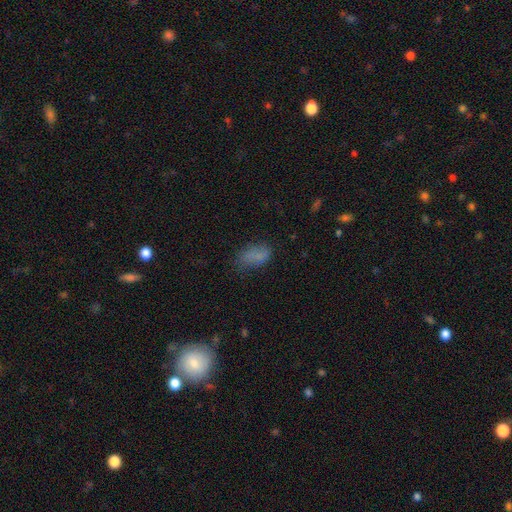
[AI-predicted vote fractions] Overall: smooth (76%). How rounded: in between (90%). Merging: none (60%; minor disturbance 26%).